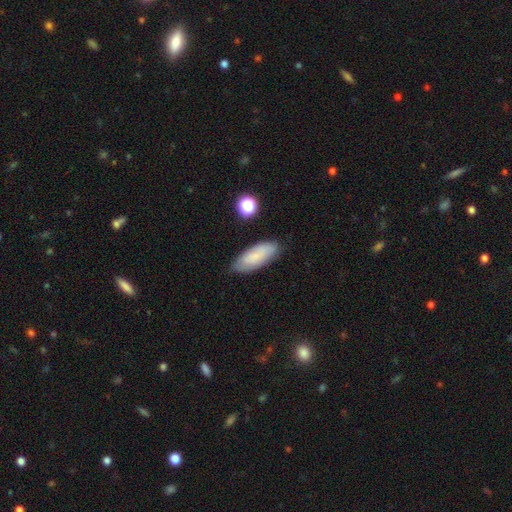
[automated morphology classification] Q: Smooth or featured?
A: smooth (79%); runner-up: featured or disk (13%)
Q: How rounded?
A: in between (67%); runner-up: cigar-shaped (31%)
Q: Merging?
A: none (83%); runner-up: minor disturbance (13%)